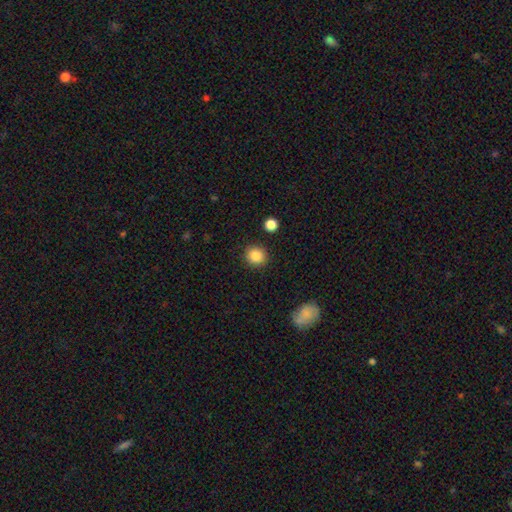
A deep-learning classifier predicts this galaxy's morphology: type=smooth (86%); roundness=round (89%); merging=none (90%).